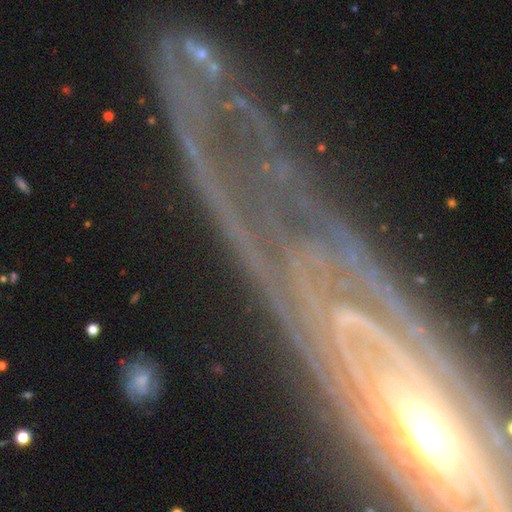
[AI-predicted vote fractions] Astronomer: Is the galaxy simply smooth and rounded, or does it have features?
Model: featured or disk — 72%.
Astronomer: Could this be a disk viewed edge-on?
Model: no — 72%.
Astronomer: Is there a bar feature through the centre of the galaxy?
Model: no — 56%.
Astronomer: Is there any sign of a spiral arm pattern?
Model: yes — 82%.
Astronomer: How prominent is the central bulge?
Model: moderate — 51% (runner-up: small, 27%).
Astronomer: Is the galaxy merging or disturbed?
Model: none — 76%.